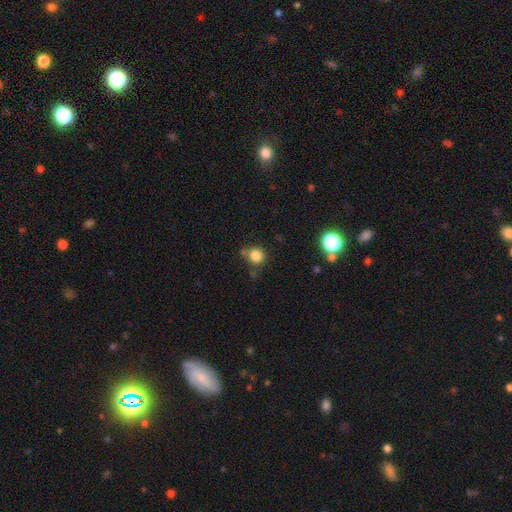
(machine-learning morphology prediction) Q: Smooth or featured?
A: smooth (82%); runner-up: star or artifact (12%)
Q: How rounded?
A: round (87%); runner-up: in between (12%)
Q: Merging?
A: none (68%); runner-up: minor disturbance (17%)